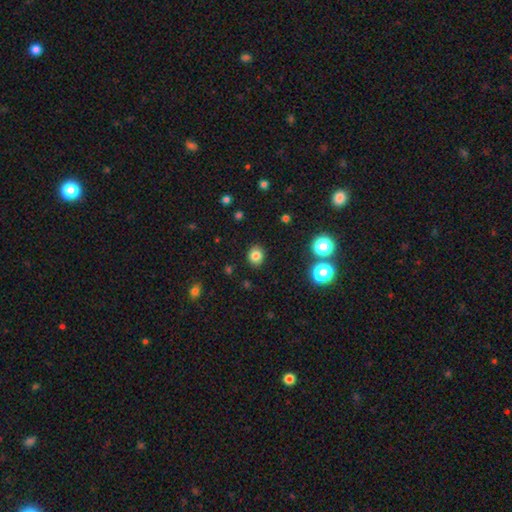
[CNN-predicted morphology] Smooth or featured? smooth (81%)
How rounded? round (71%)
Merging? none (90%)